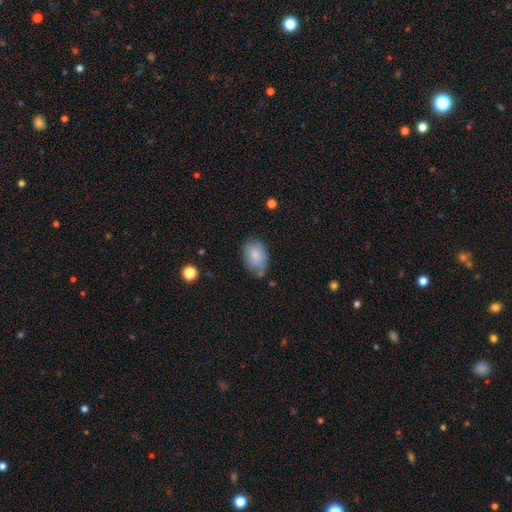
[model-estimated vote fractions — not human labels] Q: Smooth or featured?
A: smooth (82%); runner-up: featured or disk (11%)
Q: How rounded?
A: in between (85%); runner-up: round (14%)
Q: Merging?
A: none (61%); runner-up: minor disturbance (28%)